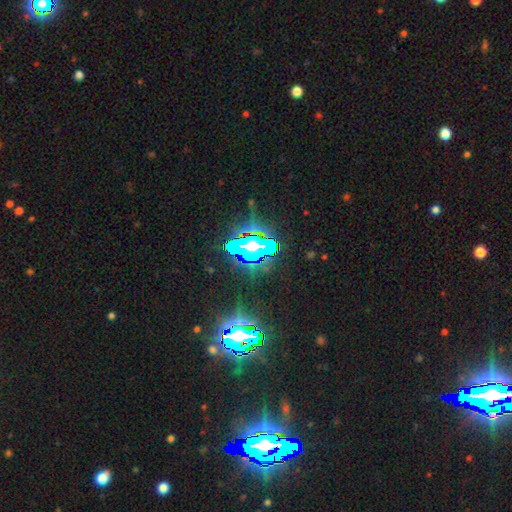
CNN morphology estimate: Overall: star or artifact (78%).